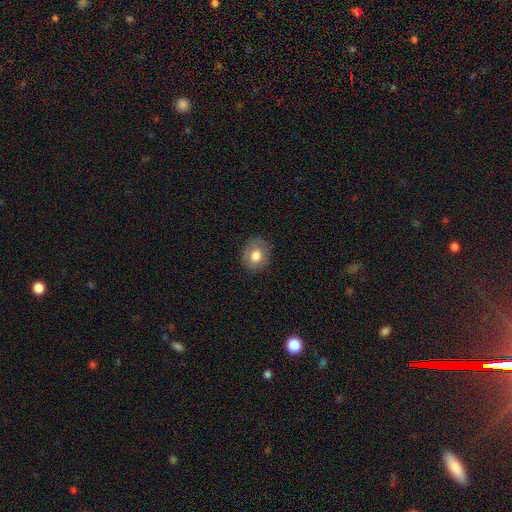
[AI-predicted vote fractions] The model was most divided on "how rounded": round: 62%, in between: 37%, cigar-shaped: 1%. More confident: merging — none (83%); smooth or featured — smooth (74%).